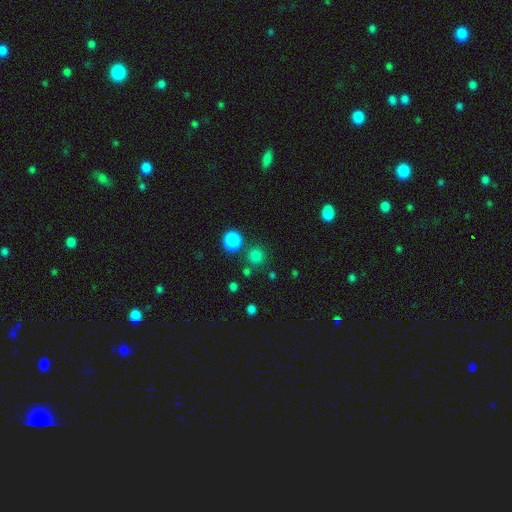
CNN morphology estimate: smooth-or-featured: smooth: 79% | star or artifact: 17% | featured or disk: 4%
  how-rounded: round: 91% | in between: 8% | cigar-shaped: 1%
  merging: none: 80% | merger: 10% | minor disturbance: 7% | major disturbance: 3%